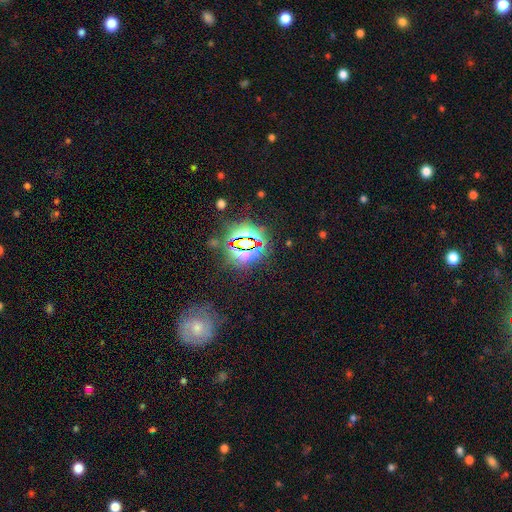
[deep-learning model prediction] Smooth or featured? Predicted: star or artifact (p=0.79).